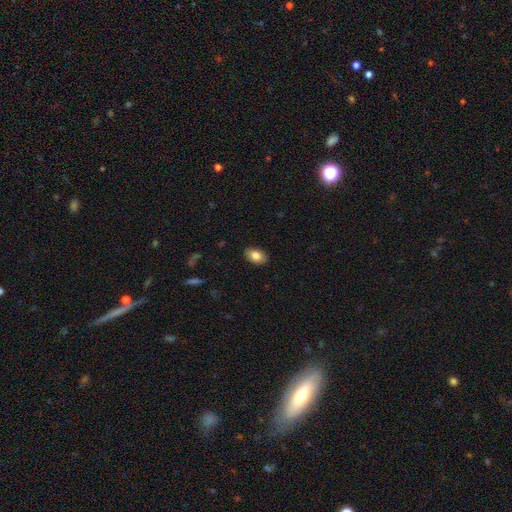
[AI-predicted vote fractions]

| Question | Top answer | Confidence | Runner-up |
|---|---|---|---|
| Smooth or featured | smooth | 83% | featured or disk (10%) |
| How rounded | in between | 89% | round (9%) |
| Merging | none | 89% | minor disturbance (9%) |